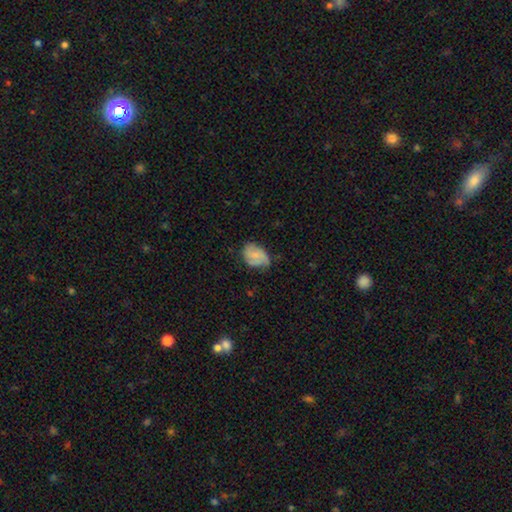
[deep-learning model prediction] Q: Smooth or featured?
A: smooth (53%); runner-up: featured or disk (39%)
Q: How rounded?
A: in between (76%); runner-up: round (23%)
Q: Merging?
A: none (50%); runner-up: minor disturbance (37%)